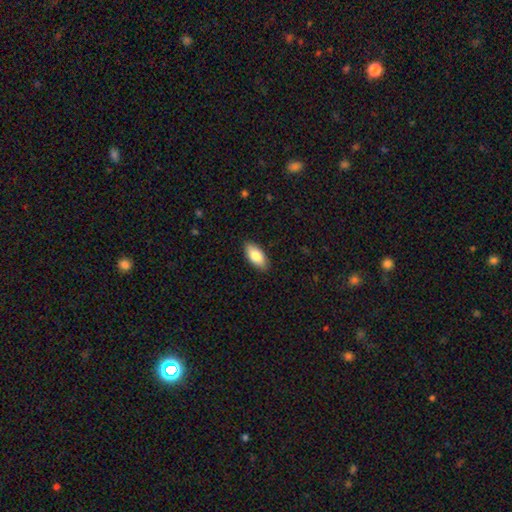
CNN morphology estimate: The model was most divided on "smooth or featured": smooth: 81%, featured or disk: 13%, star or artifact: 6%. More confident: how rounded — in between (90%); merging — none (88%).